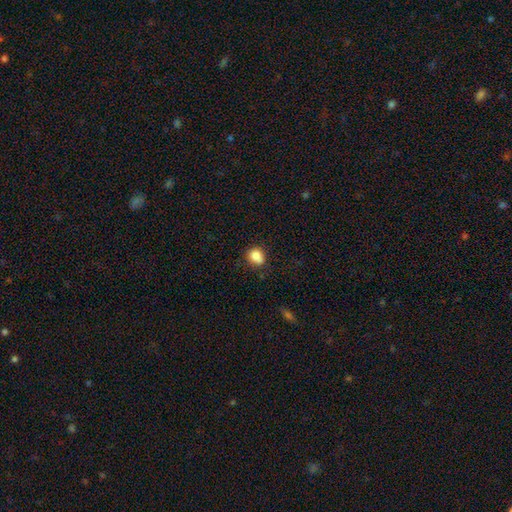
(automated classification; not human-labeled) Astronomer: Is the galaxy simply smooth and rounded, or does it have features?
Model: smooth — 84%.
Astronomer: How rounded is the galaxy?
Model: round — 68%.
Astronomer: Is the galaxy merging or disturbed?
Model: none — 68%.